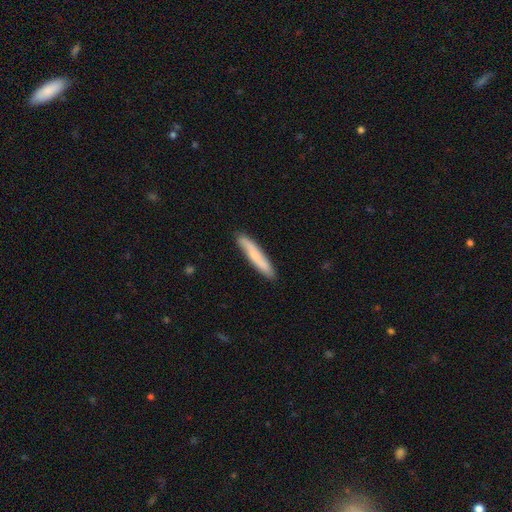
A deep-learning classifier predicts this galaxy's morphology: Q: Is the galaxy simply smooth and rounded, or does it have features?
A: smooth — 62%.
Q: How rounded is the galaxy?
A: cigar-shaped — 91%.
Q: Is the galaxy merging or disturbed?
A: none — 86%.